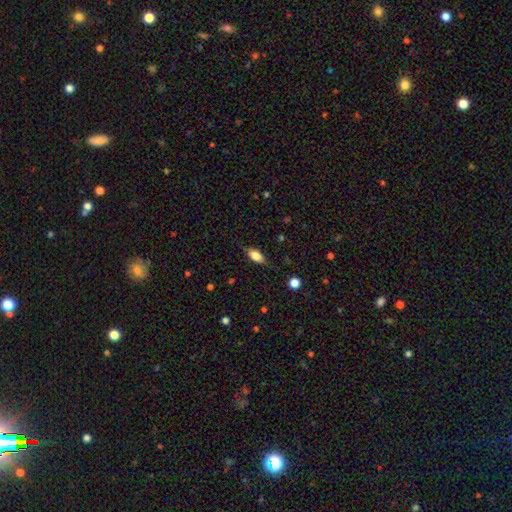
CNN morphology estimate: The model was most divided on "smooth or featured": smooth: 69%, featured or disk: 22%, star or artifact: 9%. More confident: how rounded — in between (82%); merging — none (72%).